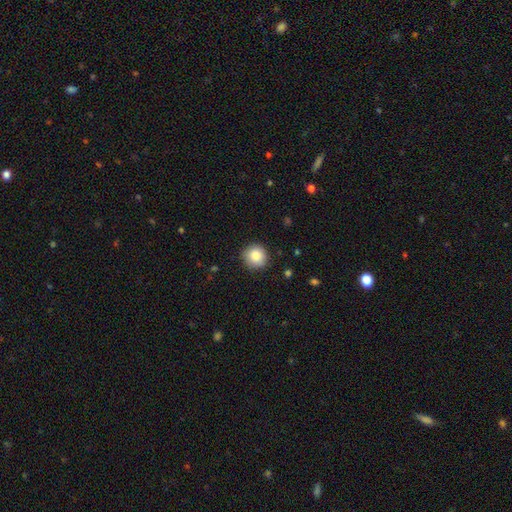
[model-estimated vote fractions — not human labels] Q: Smooth or featured?
A: smooth (86%); runner-up: star or artifact (9%)
Q: How rounded?
A: round (93%); runner-up: in between (6%)
Q: Merging?
A: none (87%); runner-up: minor disturbance (10%)